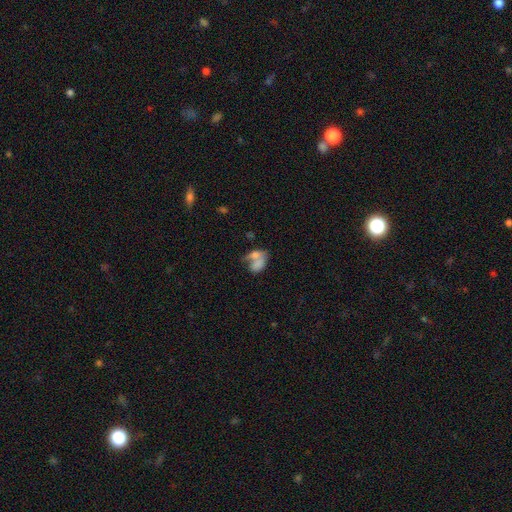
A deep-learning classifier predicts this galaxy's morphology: Overall: smooth (67%). How rounded: in between (82%). Merging: merger (61%).